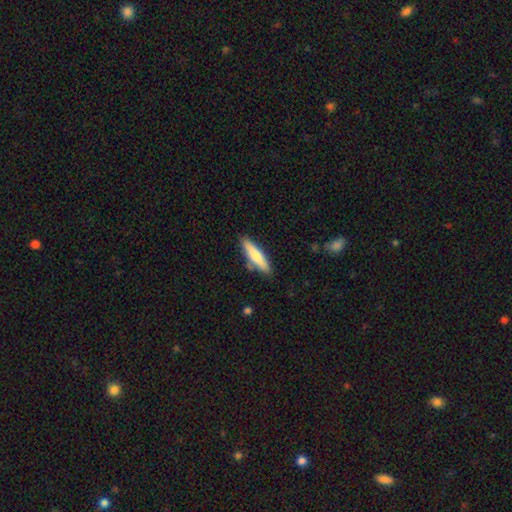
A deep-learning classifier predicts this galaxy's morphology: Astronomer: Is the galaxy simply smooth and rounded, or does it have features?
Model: smooth — 72%.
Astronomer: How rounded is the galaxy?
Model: cigar-shaped — 79%.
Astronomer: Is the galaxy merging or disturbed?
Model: none — 81%.